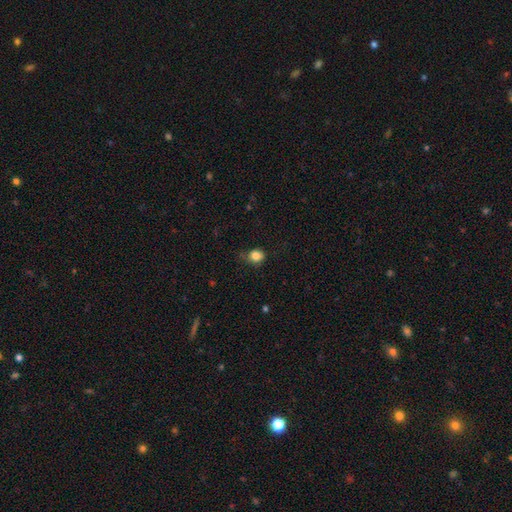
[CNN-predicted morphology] Smooth or featured? Predicted: smooth (p=0.83). How rounded? Predicted: round (p=0.68). Merging? Predicted: none (p=0.63).